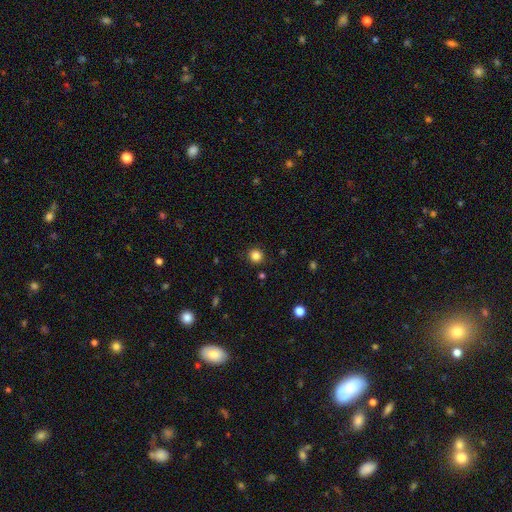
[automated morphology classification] type=smooth (84%); roundness=round (94%); merging=none (90%).